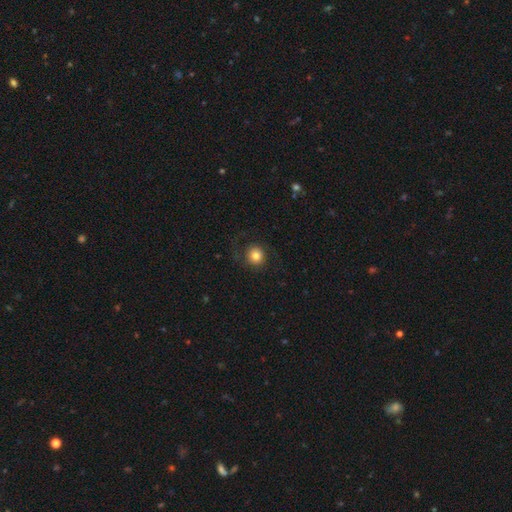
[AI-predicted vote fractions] Overall: smooth (78%). How rounded: round (90%). Merging: none (81%).